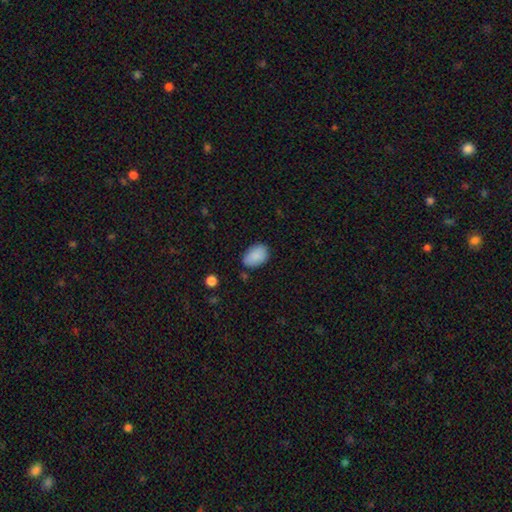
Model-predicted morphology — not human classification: smooth_or_featured: smooth (p=0.88) [alt: star or artifact p=0.07]
how_rounded: in between (p=0.86) [alt: round p=0.13]
merging: none (p=0.77) [alt: minor disturbance p=0.18]